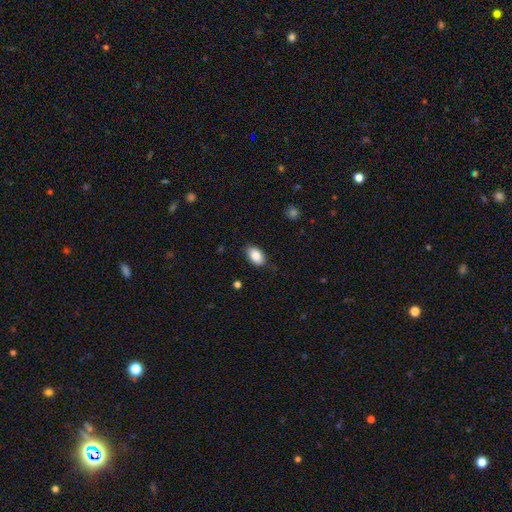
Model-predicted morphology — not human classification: Smooth or featured? Predicted: smooth (p=0.87). How rounded? Predicted: in between (p=0.92). Merging? Predicted: none (p=0.84).